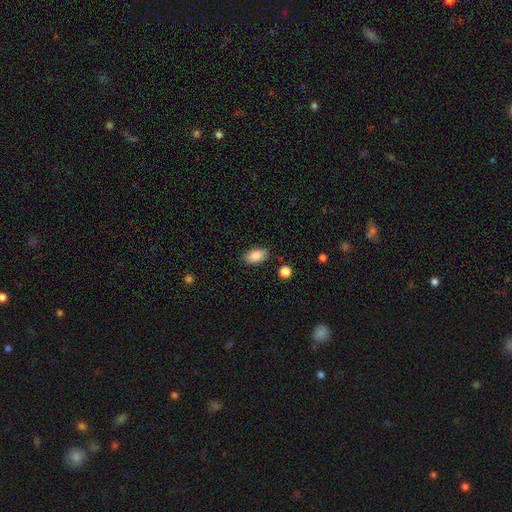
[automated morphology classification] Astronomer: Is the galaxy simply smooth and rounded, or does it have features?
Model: smooth — 87%.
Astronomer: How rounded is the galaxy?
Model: in between — 92%.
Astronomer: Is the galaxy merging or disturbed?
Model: none — 85%.